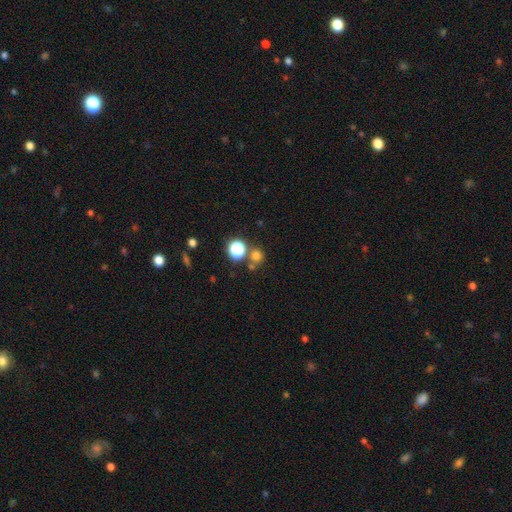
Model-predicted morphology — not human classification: smooth-or-featured: smooth: 70% | star or artifact: 24% | featured or disk: 6%
  how-rounded: round: 89% | in between: 10% | cigar-shaped: 1%
  merging: none: 69% | merger: 20% | minor disturbance: 8% | major disturbance: 3%